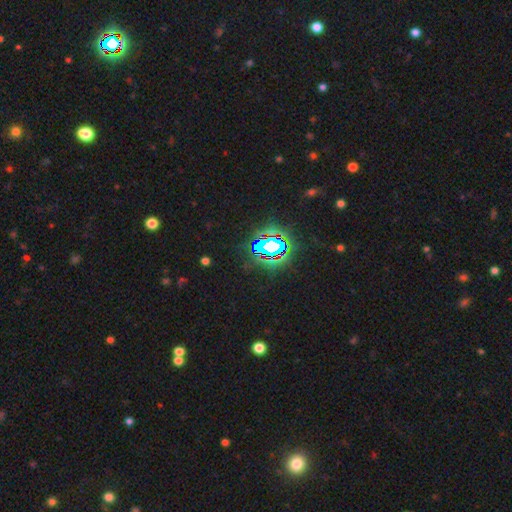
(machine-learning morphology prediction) type=star or artifact (82%).